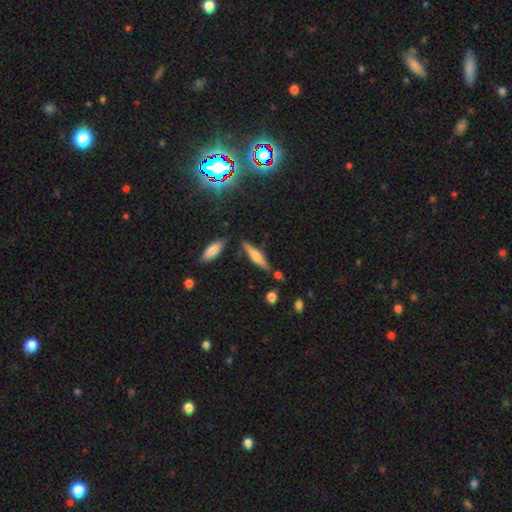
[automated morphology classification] Smooth or featured?
  - featured or disk: 49% *
  - smooth: 43%
  - star or artifact: 8%
Merging?
  - none: 76% *
  - minor disturbance: 13%
  - merger: 8%
  - major disturbance: 3%